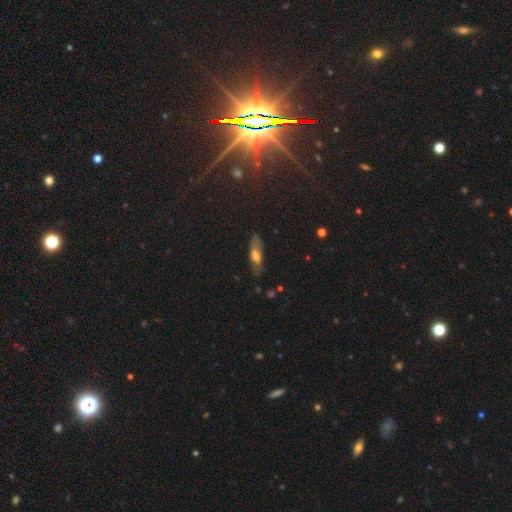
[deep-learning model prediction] The model was most divided on "smooth or featured": smooth: 49%, featured or disk: 38%, star or artifact: 13%. More confident: merging — none (67%).